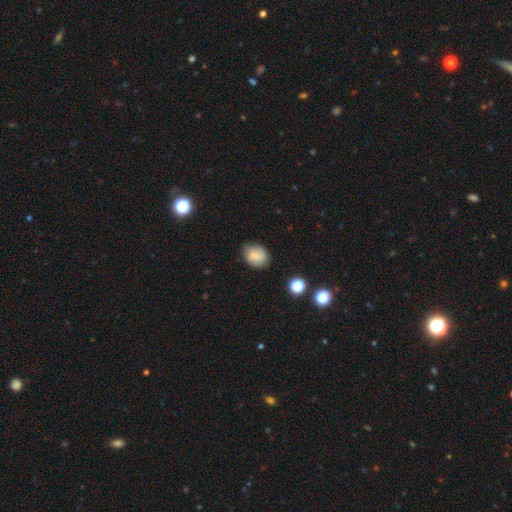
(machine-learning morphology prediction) Smooth or featured: smooth — 77% (featured or disk — 13%)
How rounded: in between — 54% (round — 45%)
Merging: none — 77% (minor disturbance — 18%)